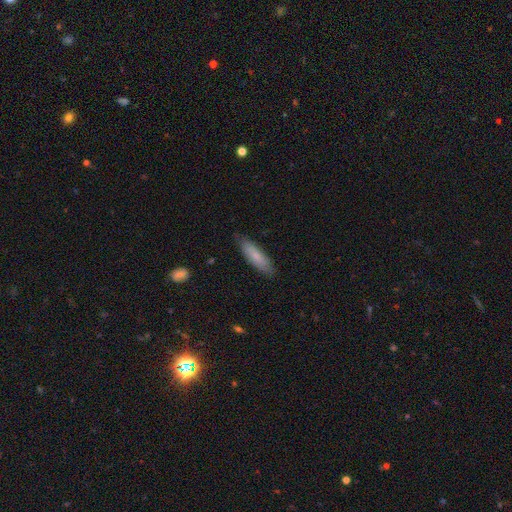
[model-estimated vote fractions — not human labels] Smooth or featured? smooth (77%)
How rounded? cigar-shaped (65%)
Merging? none (84%)